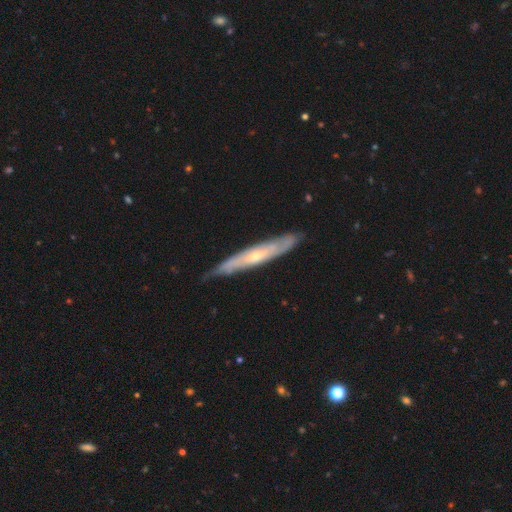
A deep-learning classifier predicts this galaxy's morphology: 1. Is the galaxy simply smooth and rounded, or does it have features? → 67% featured or disk, 28% smooth, 5% star or artifact.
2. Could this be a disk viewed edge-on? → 63% yes, 37% no.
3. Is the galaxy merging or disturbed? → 78% none, 18% minor disturbance, 3% major disturbance, 1% merger.